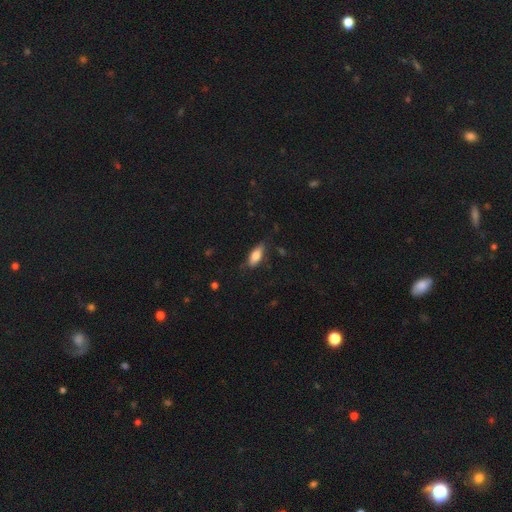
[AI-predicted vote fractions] Q: Smooth or featured?
A: smooth (77%); runner-up: featured or disk (16%)
Q: How rounded?
A: in between (75%); runner-up: cigar-shaped (22%)
Q: Merging?
A: none (74%); runner-up: minor disturbance (20%)